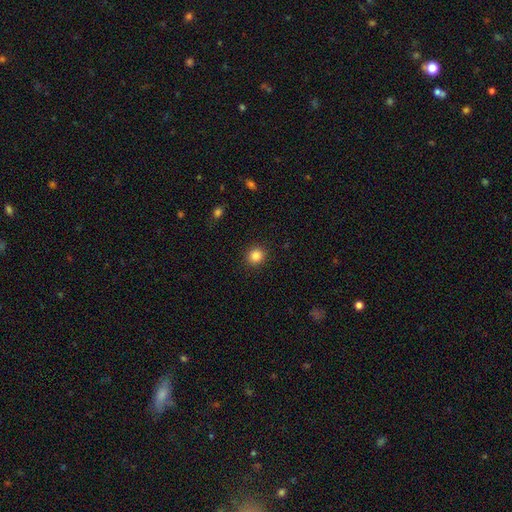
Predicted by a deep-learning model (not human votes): A smooth galaxy with no disk features (85%) that is round (88%).

Vote fractions:
- Smooth or featured? smooth: 85% / star or artifact: 11% / featured or disk: 4%
- How rounded? round: 88% / in between: 11% / cigar-shaped: 1%
- Merging? none: 92% / minor disturbance: 6% / major disturbance: 2% / merger: 1%